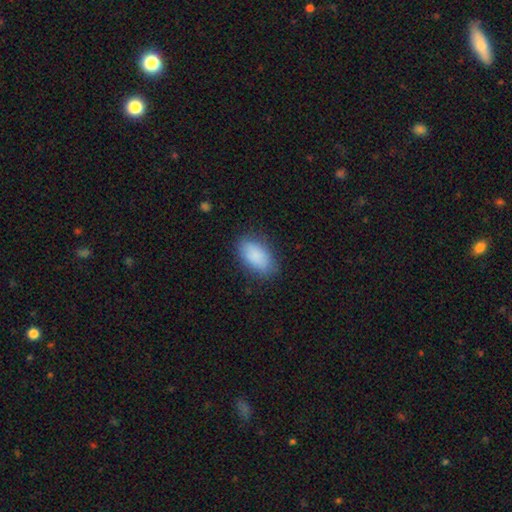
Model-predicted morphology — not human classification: smooth 87%, star or artifact 7%, featured or disk 6%. Down the decision tree: how rounded — in between (93%); merging — none (78%).